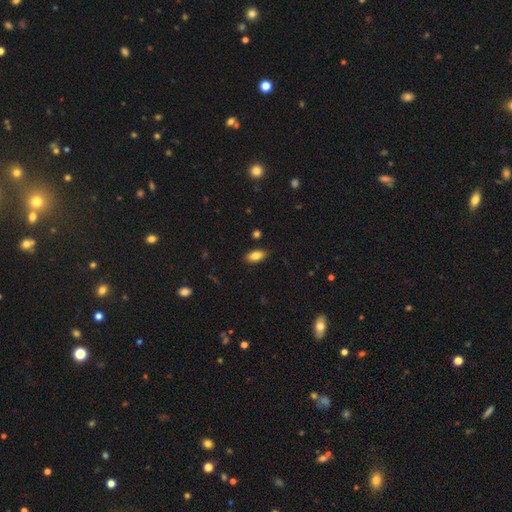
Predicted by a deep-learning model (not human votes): This is clearly a smooth galaxy (83%). How rounded: clearly in between (89%). Merging: clearly none (85%).